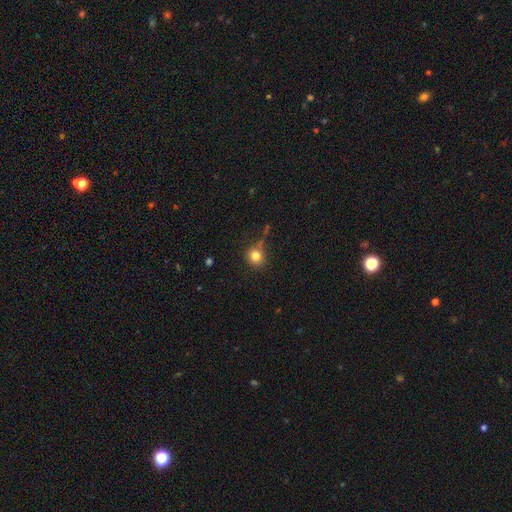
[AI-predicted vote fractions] The model was most divided on "merging": none: 69%, minor disturbance: 17%, major disturbance: 7%, merger: 7%. More confident: how rounded — round (89%); smooth or featured — smooth (81%).